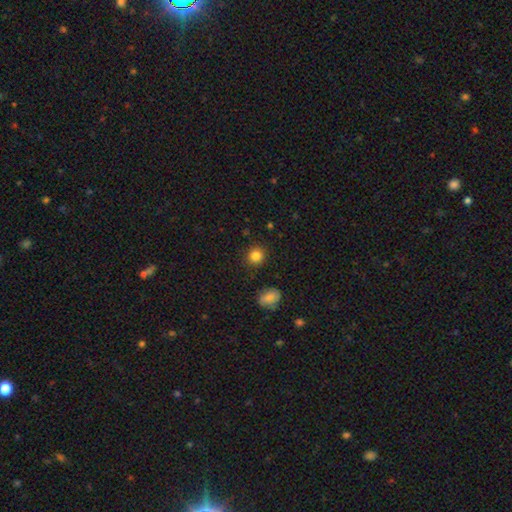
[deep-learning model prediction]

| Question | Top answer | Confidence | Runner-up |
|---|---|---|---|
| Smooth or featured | smooth | 84% | star or artifact (11%) |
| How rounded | round | 87% | in between (12%) |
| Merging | none | 89% | minor disturbance (7%) |